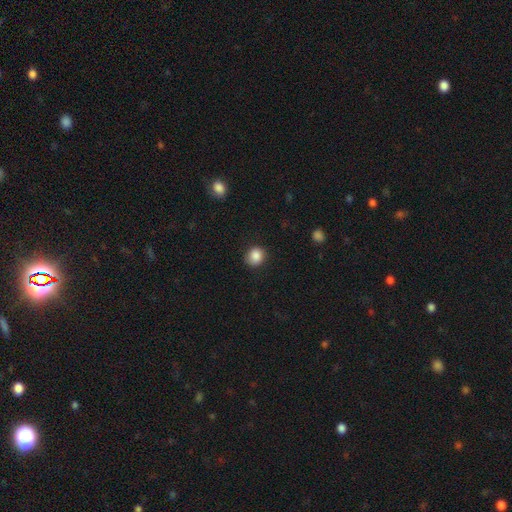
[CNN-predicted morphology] smooth 87%, star or artifact 9%, featured or disk 4%. Down the decision tree: how rounded — round (78%); merging — none (82%).